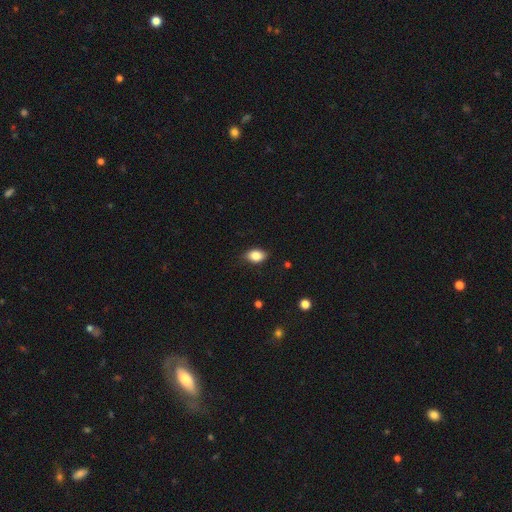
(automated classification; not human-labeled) Smooth or featured: smooth — 84% (star or artifact — 8%)
How rounded: in between — 83% (round — 15%)
Merging: none — 80% (minor disturbance — 16%)